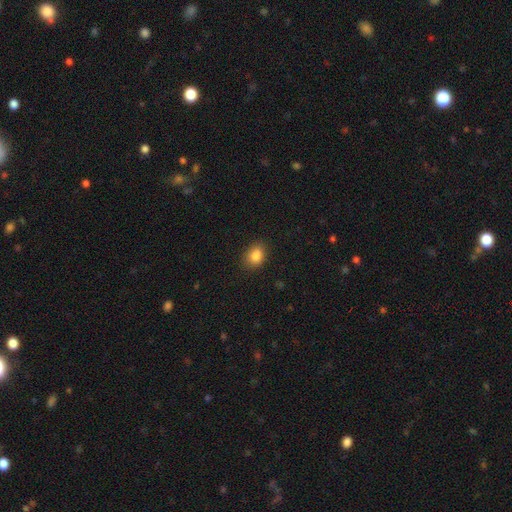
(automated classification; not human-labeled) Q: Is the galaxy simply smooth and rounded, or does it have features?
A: smooth — 85%.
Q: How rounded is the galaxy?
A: in between — 68%.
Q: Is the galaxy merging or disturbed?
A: none — 83%.